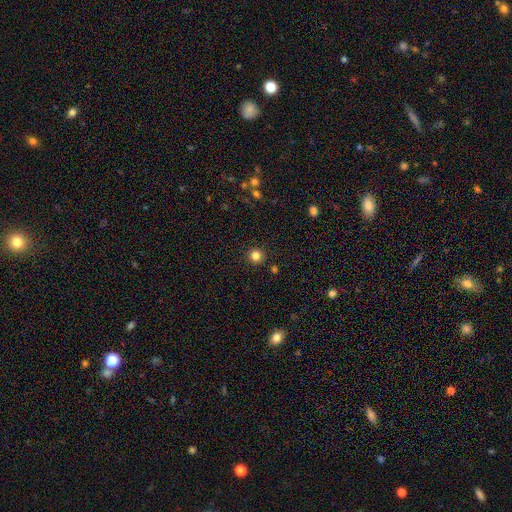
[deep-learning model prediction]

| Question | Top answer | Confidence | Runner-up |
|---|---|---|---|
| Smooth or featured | smooth | 83% | star or artifact (13%) |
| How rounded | round | 94% | in between (5%) |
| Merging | none | 91% | minor disturbance (5%) |